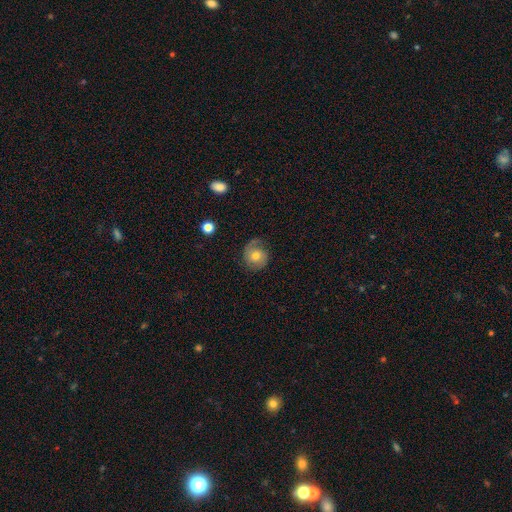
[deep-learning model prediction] smooth-or-featured: featured or disk: 52% | smooth: 40% | star or artifact: 9%
  disk-edge-on: no: 97% | yes: 3%
  merging: none: 67% | minor disturbance: 20% | major disturbance: 12% | merger: 2%